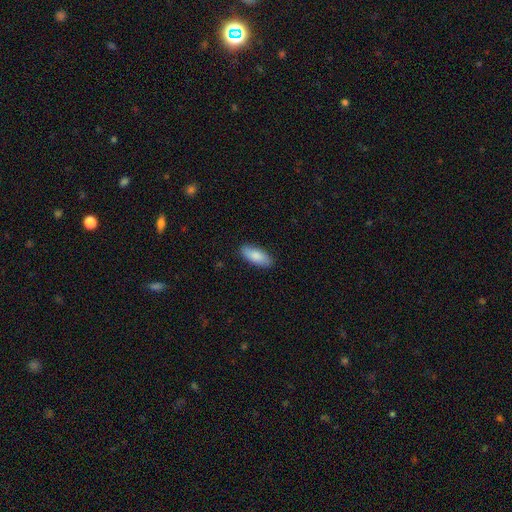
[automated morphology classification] smooth_or_featured: smooth (p=0.86) [alt: featured or disk p=0.09]
how_rounded: in between (p=0.81) [alt: cigar-shaped p=0.17]
merging: none (p=0.87) [alt: minor disturbance p=0.10]